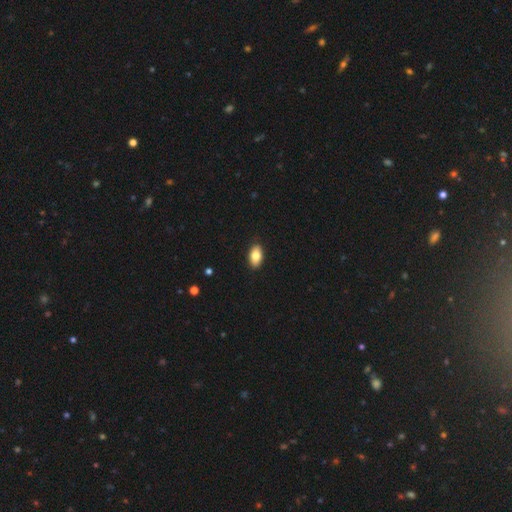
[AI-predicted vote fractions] smooth_or_featured: smooth (p=0.83) [alt: featured or disk p=0.10]
how_rounded: in between (p=0.92) [alt: round p=0.06]
merging: none (p=0.89) [alt: minor disturbance p=0.08]